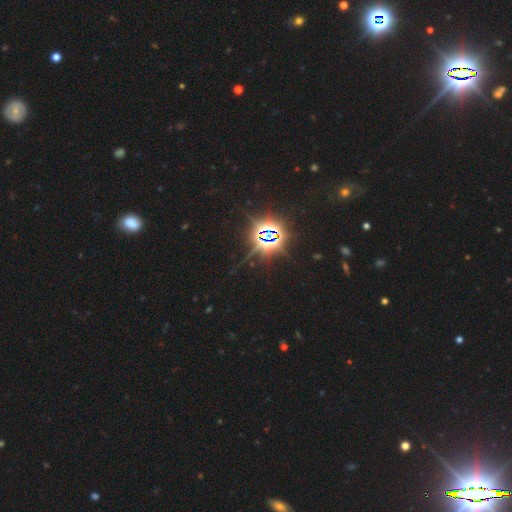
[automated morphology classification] Overall: star or artifact (86%).